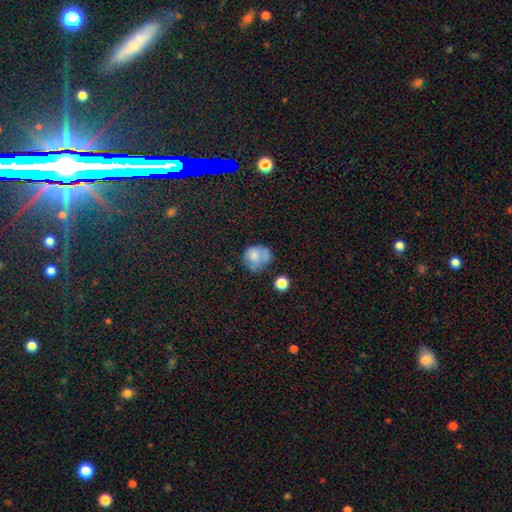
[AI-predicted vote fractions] Smooth or featured: smooth — 69% (featured or disk — 20%)
How rounded: round — 68% (in between — 31%)
Merging: none — 40% (minor disturbance — 30%)